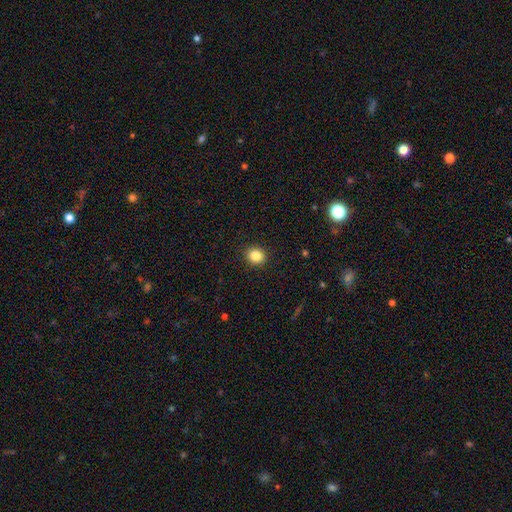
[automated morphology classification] type=smooth (85%); roundness=round (80%); merging=none (91%).